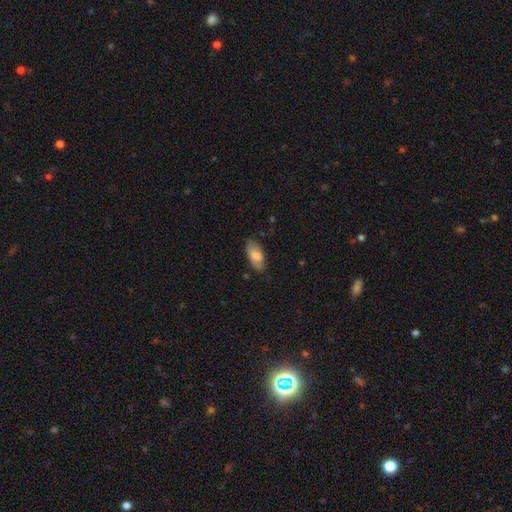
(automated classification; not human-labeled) Overall: smooth (76%). How rounded: in between (88%). Merging: none (75%).